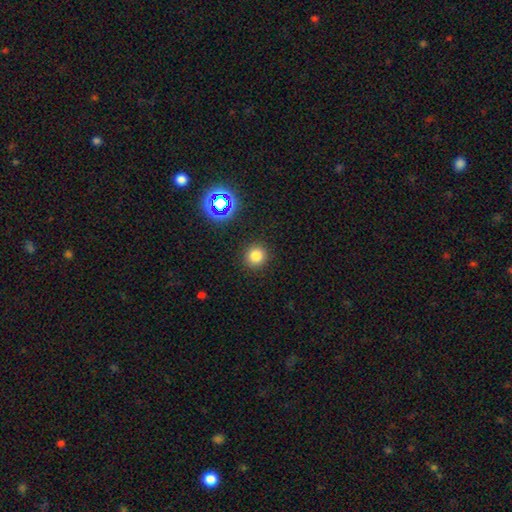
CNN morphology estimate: A smooth galaxy with no disk features (79%) that is round (92%).

Vote fractions:
- Smooth or featured? smooth: 79% / star or artifact: 16% / featured or disk: 5%
- How rounded? round: 92% / in between: 7% / cigar-shaped: 1%
- Merging? none: 90% / minor disturbance: 6% / major disturbance: 2% / merger: 1%